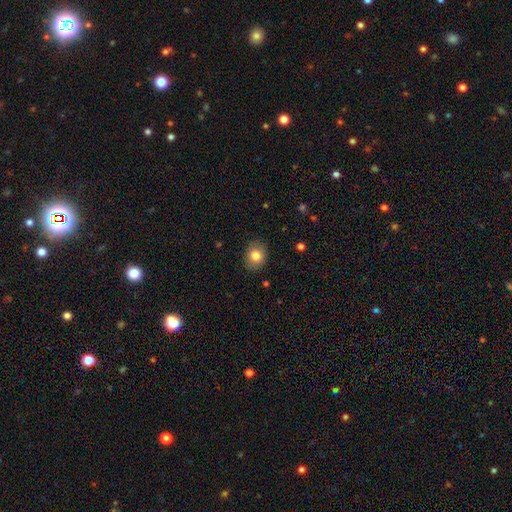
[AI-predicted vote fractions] This is clearly a smooth galaxy (81%). How rounded: possibly round (50%). Merging: clearly none (86%).